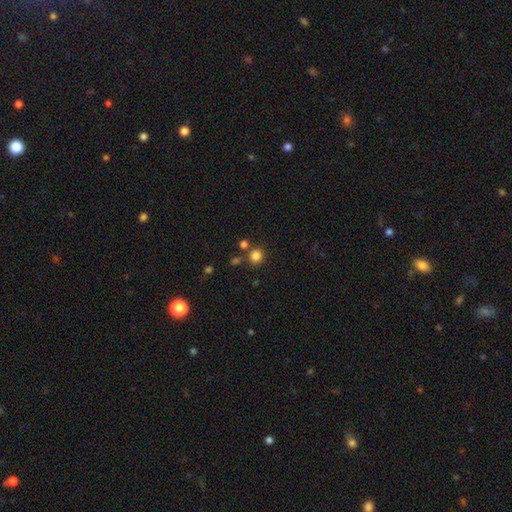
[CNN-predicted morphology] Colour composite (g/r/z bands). It shows a smooth galaxy with no disk features (82%) that is round (88%). Merging: none (76%).